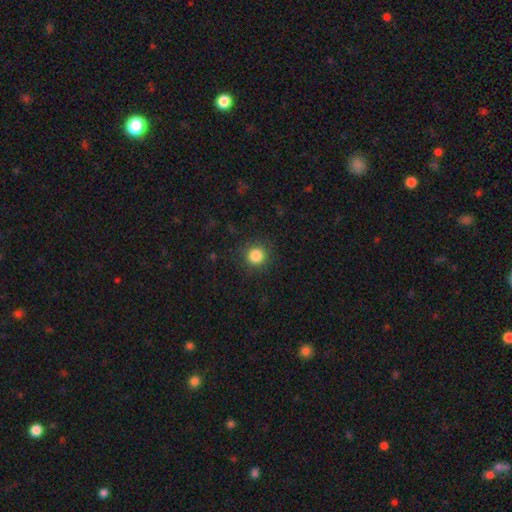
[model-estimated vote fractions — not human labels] Morphology: type=smooth (85%); roundness=round (94%); merging=none (89%).